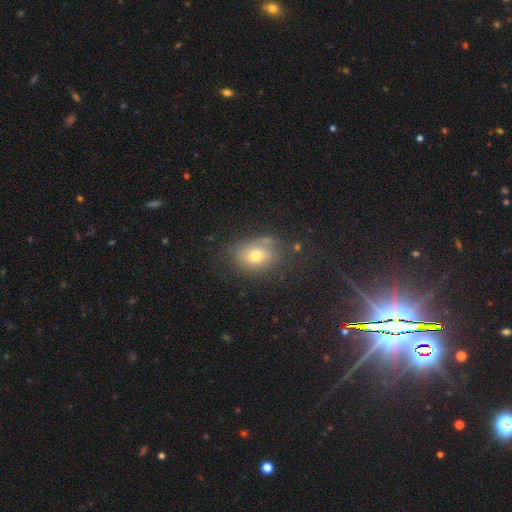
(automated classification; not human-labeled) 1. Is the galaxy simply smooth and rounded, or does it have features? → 67% smooth, 21% featured or disk, 13% star or artifact.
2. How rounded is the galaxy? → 60% in between, 39% round, 1% cigar-shaped.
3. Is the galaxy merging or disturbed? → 64% none, 22% minor disturbance, 9% major disturbance, 6% merger.